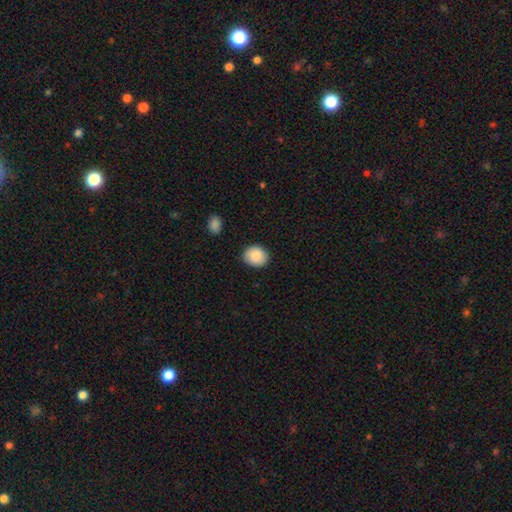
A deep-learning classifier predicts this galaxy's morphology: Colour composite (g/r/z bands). It shows a smooth galaxy with no disk features (87%) that is round (67%). Merging: none (86%).